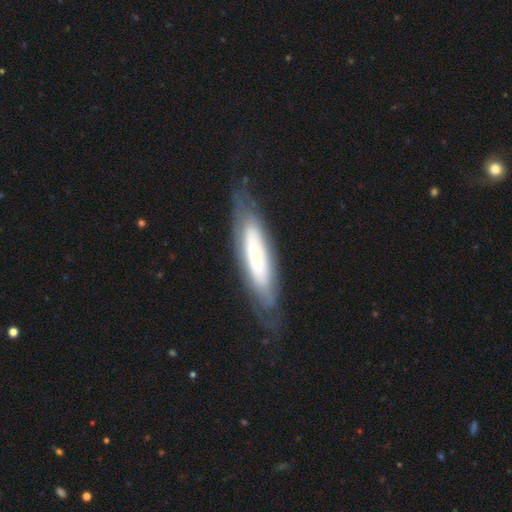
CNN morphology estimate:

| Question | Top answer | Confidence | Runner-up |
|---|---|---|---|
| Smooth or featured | featured or disk | 50% | smooth (42%) |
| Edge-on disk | no | 55% | yes (45%) |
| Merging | none | 73% | minor disturbance (18%) |